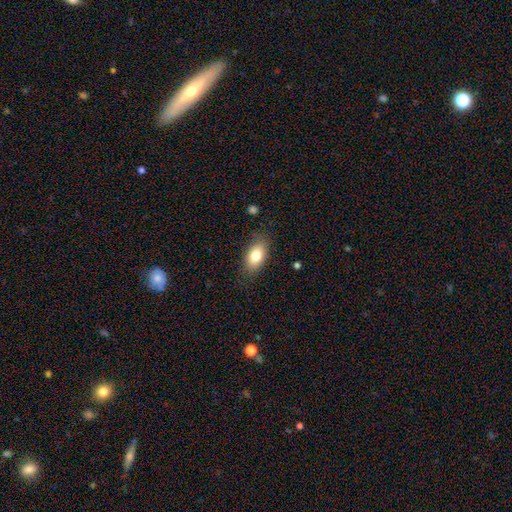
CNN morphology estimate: smooth-or-featured: smooth: 79% | featured or disk: 13% | star or artifact: 8%
  how-rounded: in between: 89% | round: 7% | cigar-shaped: 3%
  merging: none: 81% | minor disturbance: 14% | major disturbance: 4% | merger: 1%